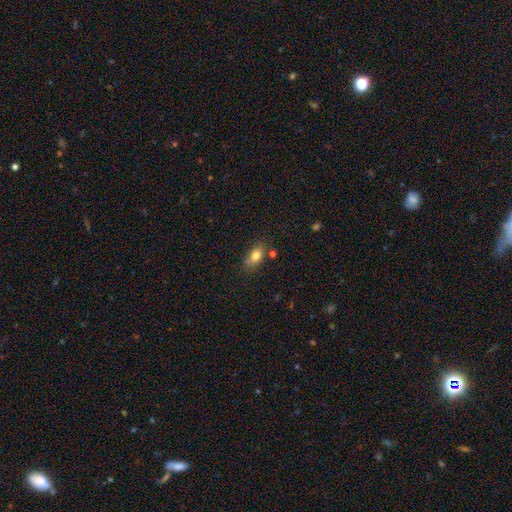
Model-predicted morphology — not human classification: Q: Smooth or featured?
A: smooth (79%); runner-up: featured or disk (11%)
Q: How rounded?
A: in between (79%); runner-up: round (17%)
Q: Merging?
A: none (67%); runner-up: minor disturbance (18%)